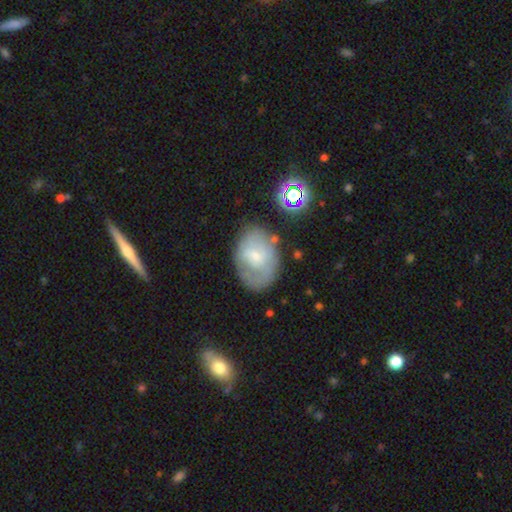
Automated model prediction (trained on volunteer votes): smooth 45%, featured or disk 44%, star or artifact 11%. Down the decision tree: merging — none (59%).